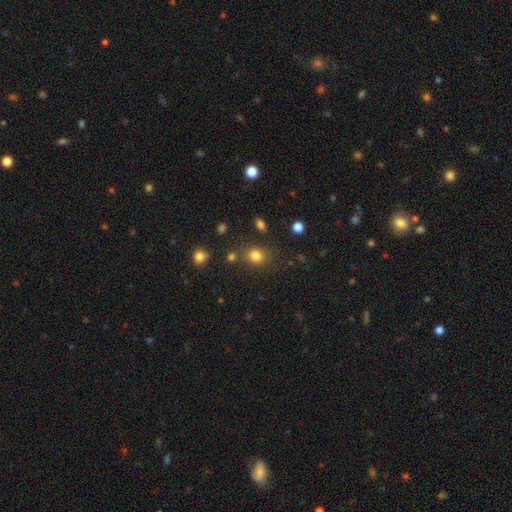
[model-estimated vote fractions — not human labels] smooth 79%, star or artifact 14%, featured or disk 6%. Down the decision tree: how rounded — round (65%); merging — none (77%).